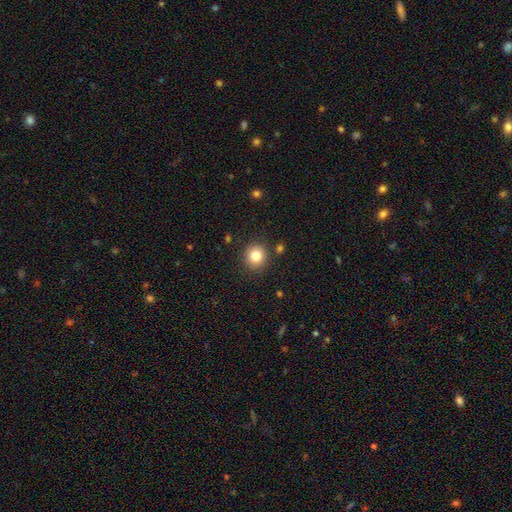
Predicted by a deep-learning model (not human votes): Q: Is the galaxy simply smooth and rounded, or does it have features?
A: smooth — 82%.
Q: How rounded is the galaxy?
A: round — 89%.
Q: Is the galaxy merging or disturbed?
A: none — 89%.